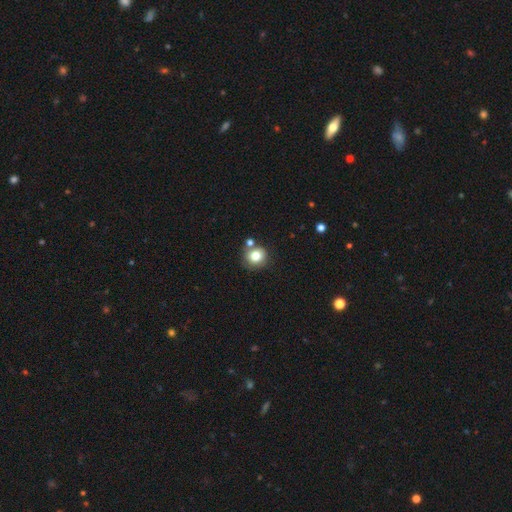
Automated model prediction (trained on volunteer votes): A smooth galaxy with no disk features (79%) that is round (89%).

Vote fractions:
- Smooth or featured? smooth: 79% / star or artifact: 11% / featured or disk: 10%
- How rounded? round: 89% / in between: 10% / cigar-shaped: 1%
- Merging? none: 71% / merger: 15% / minor disturbance: 11% / major disturbance: 3%